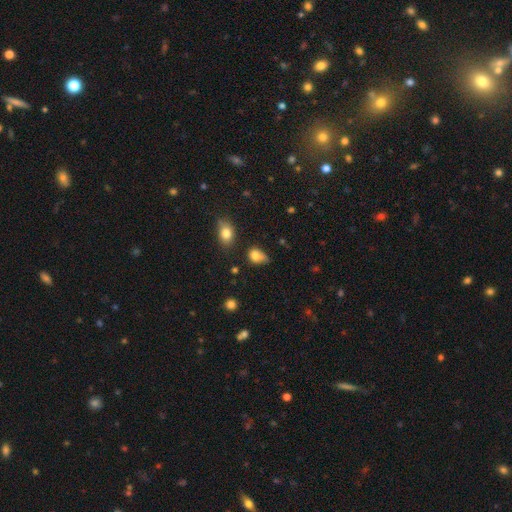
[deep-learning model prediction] Smooth or featured: smooth — 78% (star or artifact — 11%)
How rounded: in between — 66% (round — 32%)
Merging: minor disturbance — 40% (none — 35%)